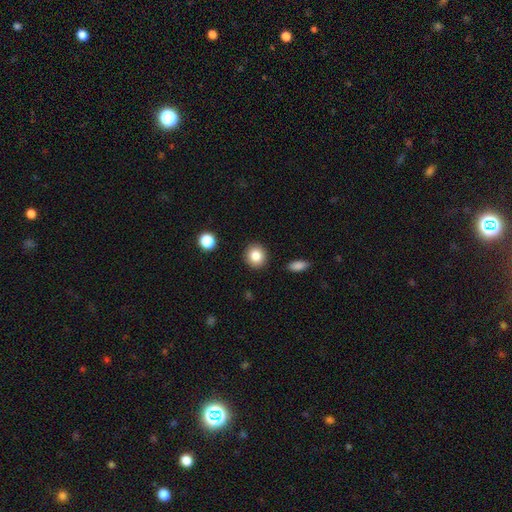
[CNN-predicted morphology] Smooth or featured? Predicted: smooth (p=0.85). How rounded? Predicted: round (p=0.87). Merging? Predicted: none (p=0.90).